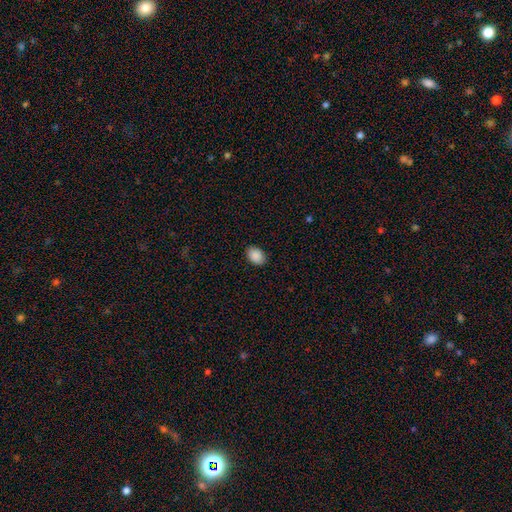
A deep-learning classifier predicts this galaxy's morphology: Smooth or featured?
  - smooth: 90% *
  - star or artifact: 7%
  - featured or disk: 3%
How rounded?
  - in between: 75% *
  - round: 24%
  - cigar-shaped: 1%
Merging?
  - none: 89% *
  - minor disturbance: 8%
  - major disturbance: 2%
  - merger: 1%